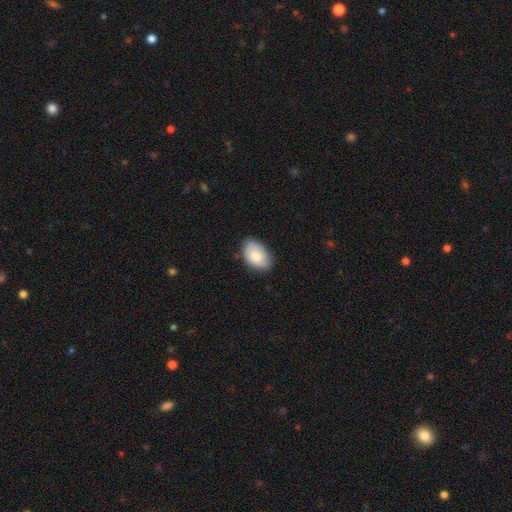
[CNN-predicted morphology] A smooth galaxy with no disk features (79%) that is in between round and cigar-shaped (90%).

Vote fractions:
- Smooth or featured? smooth: 79% / featured or disk: 15% / star or artifact: 6%
- How rounded? in between: 90% / round: 8% / cigar-shaped: 1%
- Merging? none: 74% / minor disturbance: 21% / major disturbance: 3% / merger: 1%